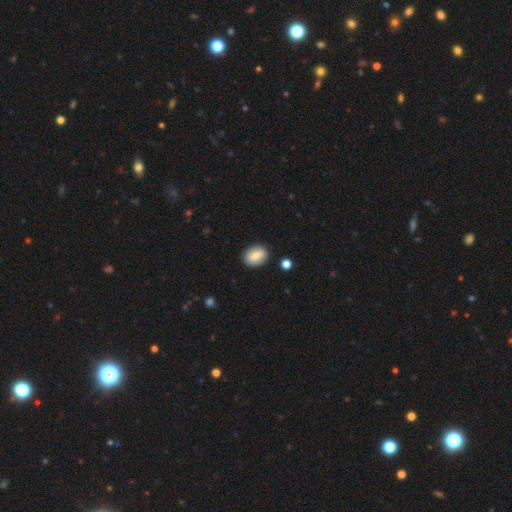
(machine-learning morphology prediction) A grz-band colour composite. It shows a smooth galaxy with no disk features (76%) that is in between round and cigar-shaped (62%). Merging: none (88%).